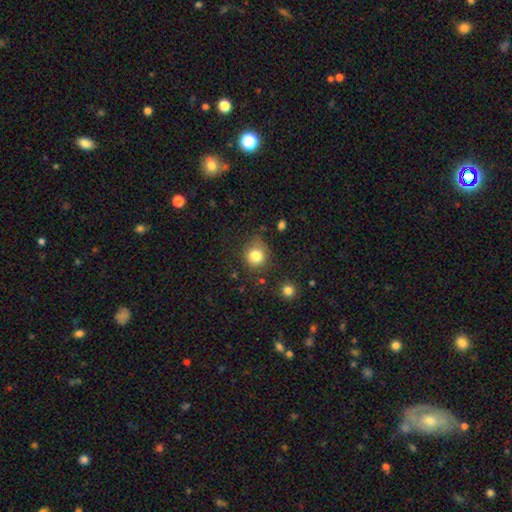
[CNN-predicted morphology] Overall: smooth (81%). How rounded: round (85%). Merging: none (72%).